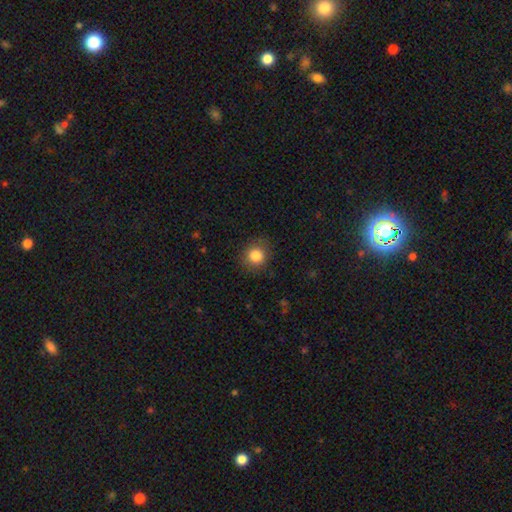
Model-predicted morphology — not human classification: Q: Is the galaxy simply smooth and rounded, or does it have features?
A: smooth — 84%.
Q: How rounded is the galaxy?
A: round — 86%.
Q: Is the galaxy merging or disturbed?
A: none — 86%.